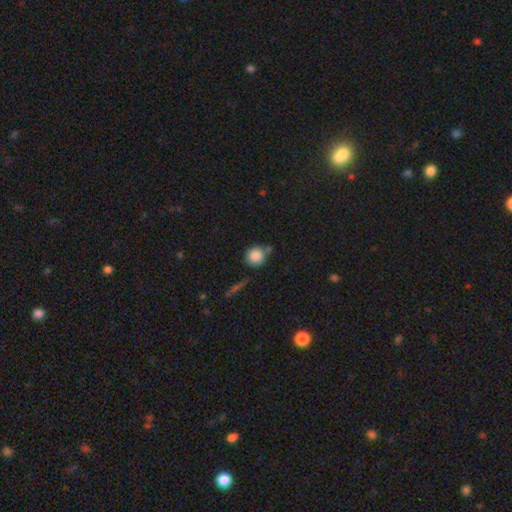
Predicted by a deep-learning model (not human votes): The model was most divided on "merging": none: 68%, merger: 14%, minor disturbance: 14%, major disturbance: 4%. More confident: how rounded — round (88%); smooth or featured — smooth (85%).